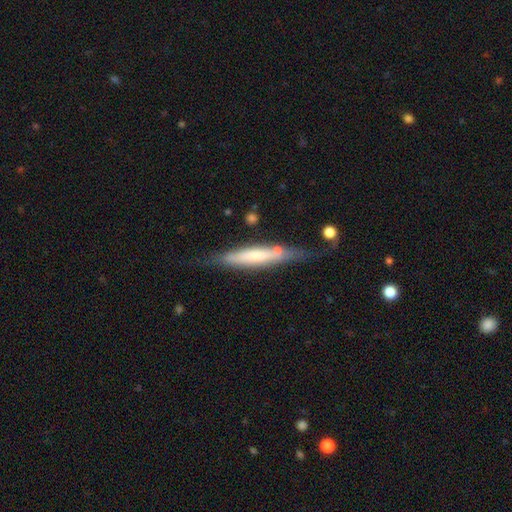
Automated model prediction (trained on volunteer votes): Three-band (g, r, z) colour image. It shows a smooth galaxy with no disk features (48%). Merging: none (67%).